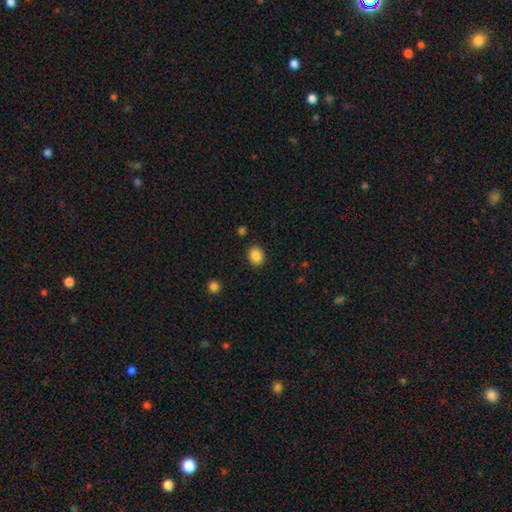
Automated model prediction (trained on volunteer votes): smooth_or_featured: smooth (p=0.87) [alt: star or artifact p=0.09]
how_rounded: round (p=0.54) [alt: in between p=0.46]
merging: none (p=0.88) [alt: minor disturbance p=0.08]